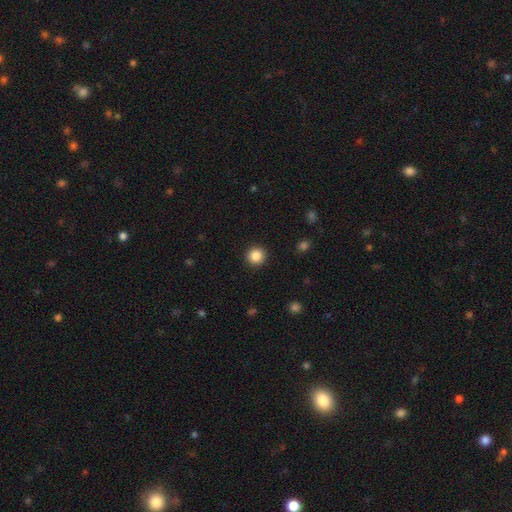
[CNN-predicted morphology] type=smooth (85%); roundness=round (95%); merging=none (92%).